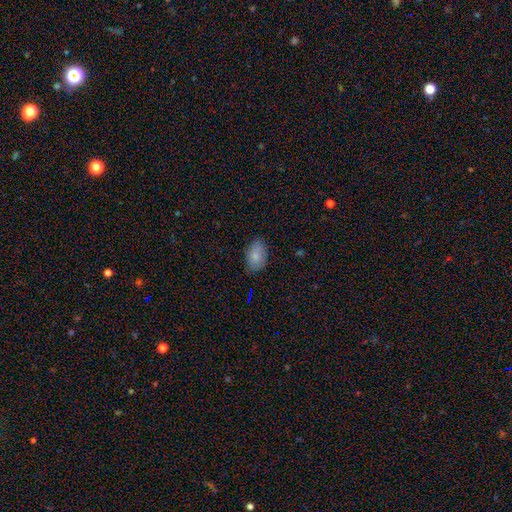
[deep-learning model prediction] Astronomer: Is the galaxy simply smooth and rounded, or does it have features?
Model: smooth — 85%.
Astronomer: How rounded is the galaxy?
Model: in between — 89%.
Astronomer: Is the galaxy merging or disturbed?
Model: none — 81%.